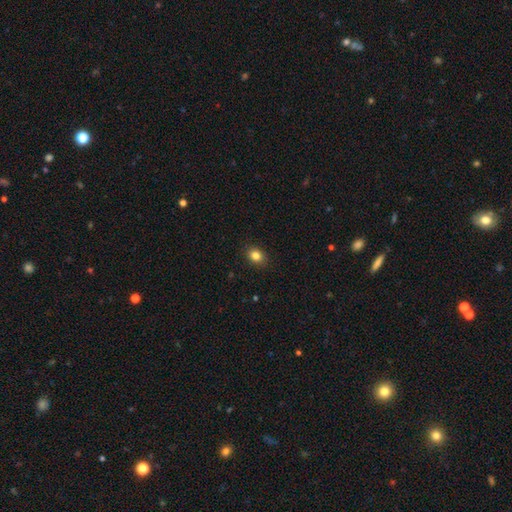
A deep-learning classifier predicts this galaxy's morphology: Smooth or featured? smooth (83%)
How rounded? in between (56%)
Merging? none (89%)